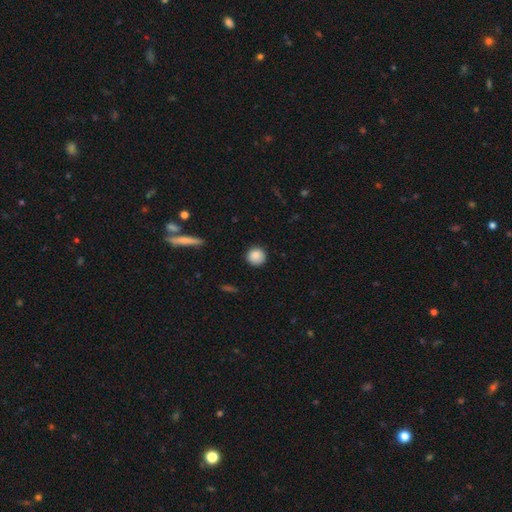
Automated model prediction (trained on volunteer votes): Smooth or featured?
  - smooth: 87% *
  - star or artifact: 8%
  - featured or disk: 4%
How rounded?
  - round: 93% *
  - in between: 6%
  - cigar-shaped: 1%
Merging?
  - none: 88% *
  - minor disturbance: 9%
  - major disturbance: 2%
  - merger: 1%